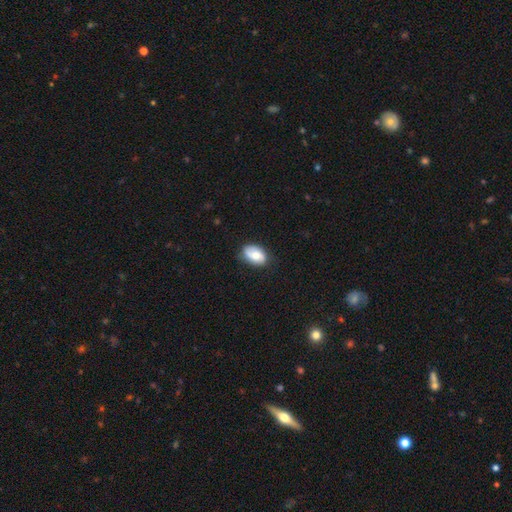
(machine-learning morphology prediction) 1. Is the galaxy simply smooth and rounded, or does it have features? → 66% smooth, 27% featured or disk, 7% star or artifact.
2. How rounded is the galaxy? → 89% in between, 10% round, 1% cigar-shaped.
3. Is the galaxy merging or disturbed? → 73% none, 21% minor disturbance, 4% major disturbance, 1% merger.